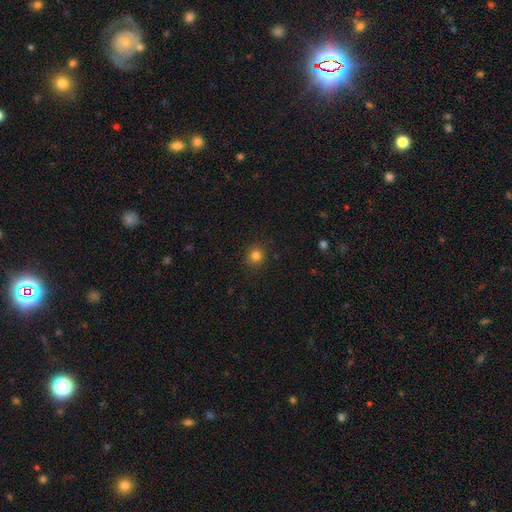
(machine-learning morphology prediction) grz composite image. It shows a smooth galaxy with no disk features (82%) that is round (90%). Merging: none (89%).